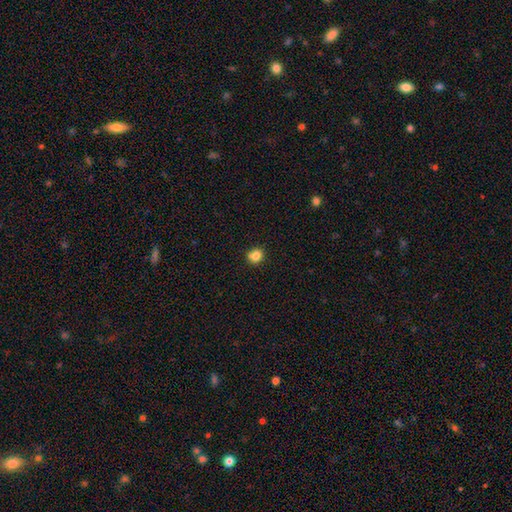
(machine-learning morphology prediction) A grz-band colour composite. It shows a smooth galaxy with no disk features (80%) that is round (80%). Merging: none (64%).